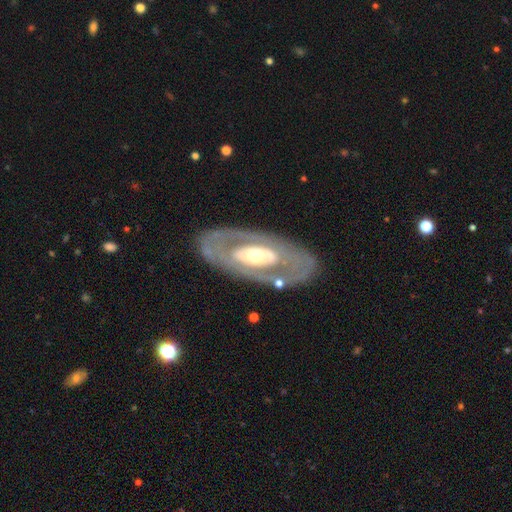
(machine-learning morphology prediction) type=featured or disk (75%); edge-on=no (88%); bar=no (68%); spiral arms=no (68%); bulge=moderate (65%); merging=none (80%).